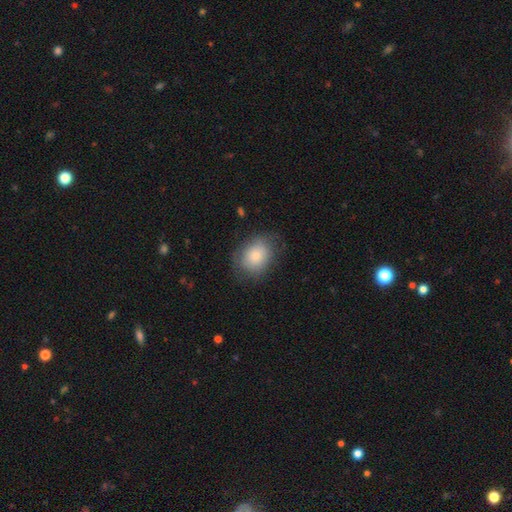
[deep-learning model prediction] smooth 79%, featured or disk 13%, star or artifact 8%. Down the decision tree: how rounded — in between (51%); merging — none (72%).